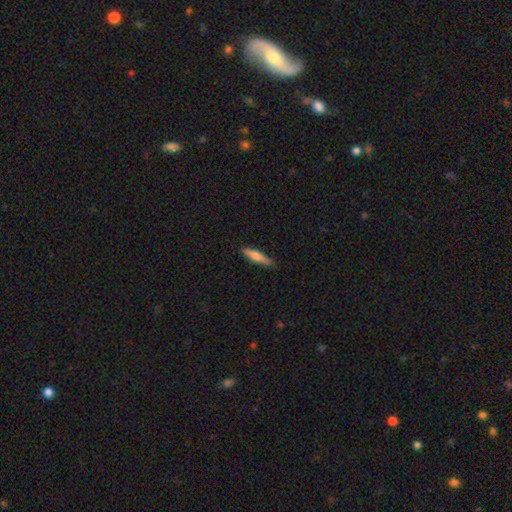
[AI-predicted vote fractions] This is likely a smooth galaxy (66%). How rounded: clearly cigar-shaped (81%). Merging: clearly none (83%).